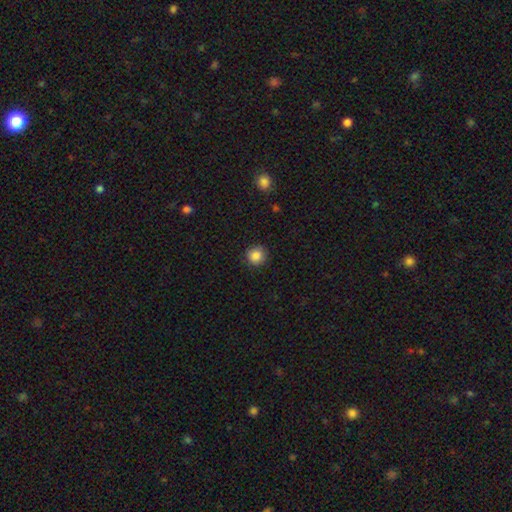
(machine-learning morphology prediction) This is clearly a smooth galaxy (87%). How rounded: clearly round (93%). Merging: clearly none (89%).